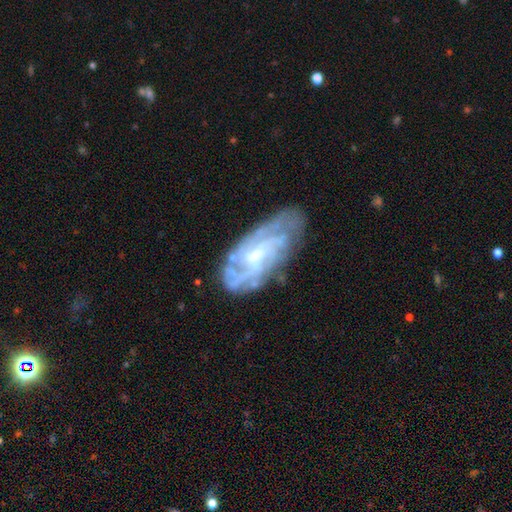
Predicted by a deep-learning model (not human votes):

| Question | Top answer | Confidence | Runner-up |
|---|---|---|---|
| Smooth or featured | featured or disk | 84% | smooth (10%) |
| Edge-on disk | no | 94% | yes (6%) |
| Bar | no | 52% | weak (39%) |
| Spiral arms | yes | 92% | no (8%) |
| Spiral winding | tight | 56% | medium (33%) |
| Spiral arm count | can't tell | 40% | 4 (20%) |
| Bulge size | small | 72% | moderate (21%) |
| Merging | none | 69% | minor disturbance (20%) |